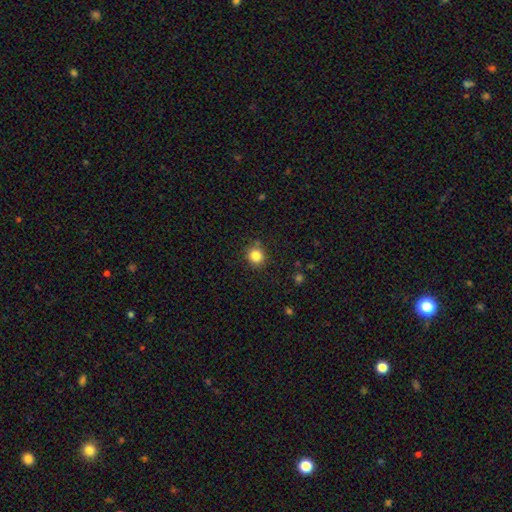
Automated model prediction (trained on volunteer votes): Q: Smooth or featured?
A: smooth (84%); runner-up: star or artifact (11%)
Q: How rounded?
A: round (87%); runner-up: in between (12%)
Q: Merging?
A: none (85%); runner-up: minor disturbance (10%)